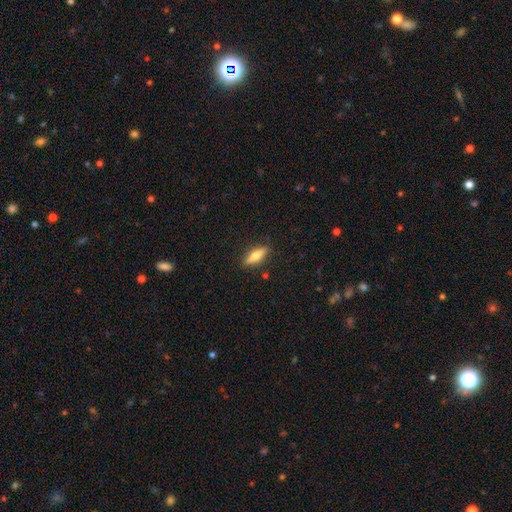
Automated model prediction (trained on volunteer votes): The model was most divided on "how rounded": cigar-shaped: 52%, in between: 45%, round: 3%. More confident: merging — none (86%); smooth or featured — smooth (62%).